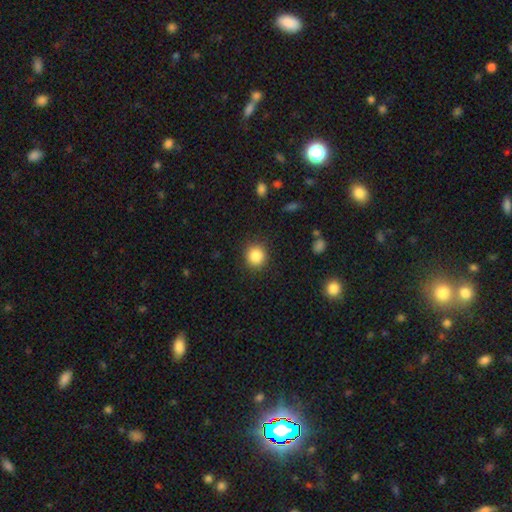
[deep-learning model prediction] smooth 86%, star or artifact 10%, featured or disk 5%. Down the decision tree: how rounded — round (90%); merging — none (90%).